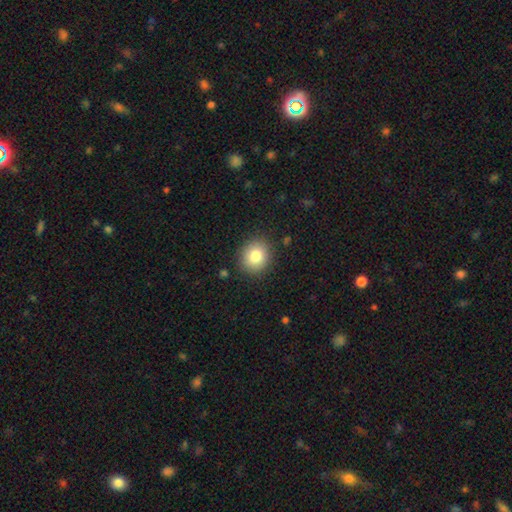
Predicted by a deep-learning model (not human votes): This is clearly a smooth galaxy (82%). How rounded: likely round (77%). Merging: clearly none (88%).